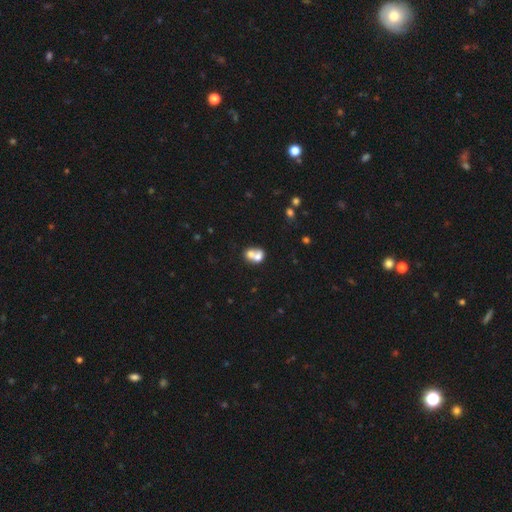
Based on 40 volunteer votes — Volunteers were most divided on "how rounded": in between: 57%, round: 43%, cigar-shaped: 0%. More confident: smooth or featured — smooth (75%); merging — merger (70%).